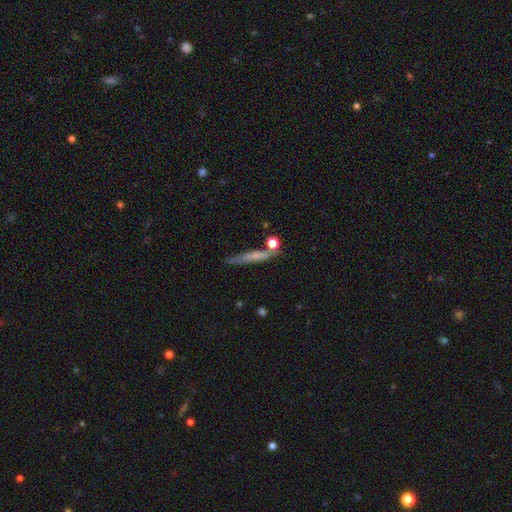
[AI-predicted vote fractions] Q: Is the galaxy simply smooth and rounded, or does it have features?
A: smooth — 53%.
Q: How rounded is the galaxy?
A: cigar-shaped — 87%.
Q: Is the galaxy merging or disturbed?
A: none — 65%.